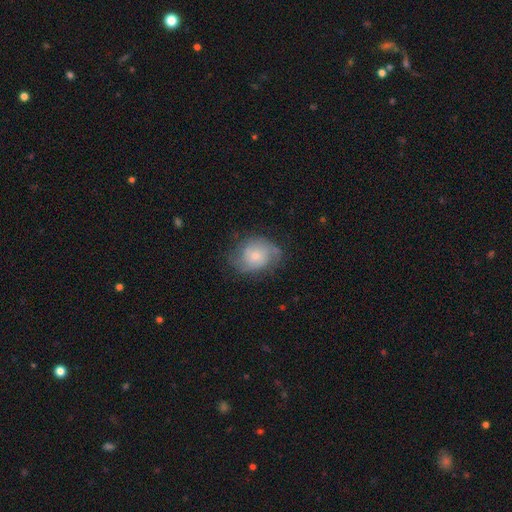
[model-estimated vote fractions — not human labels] Overall: featured or disk (51%; smooth 41%). Edge-on disk: no (97%). Merging: none (60%; minor disturbance 27%).